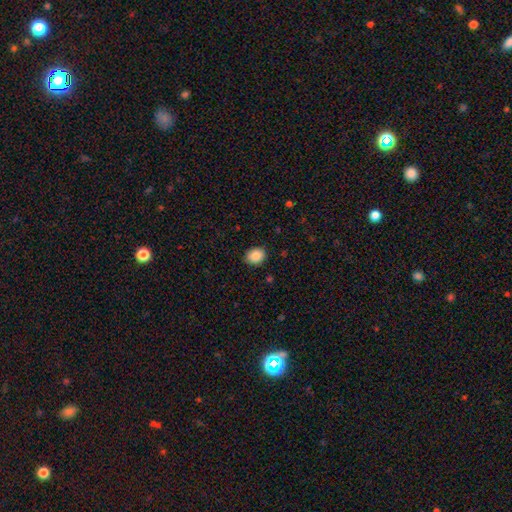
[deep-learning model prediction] This appears to be a smooth galaxy with no disk features (88%) that is round (50%). Merging: none (88%).